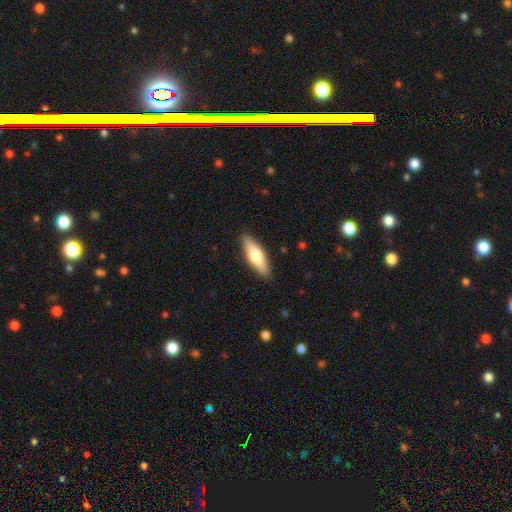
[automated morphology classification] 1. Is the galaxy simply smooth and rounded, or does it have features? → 61% smooth, 33% featured or disk, 5% star or artifact.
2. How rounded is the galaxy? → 51% cigar-shaped, 47% in between, 2% round.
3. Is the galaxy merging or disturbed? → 89% none, 8% minor disturbance, 2% major disturbance, 1% merger.